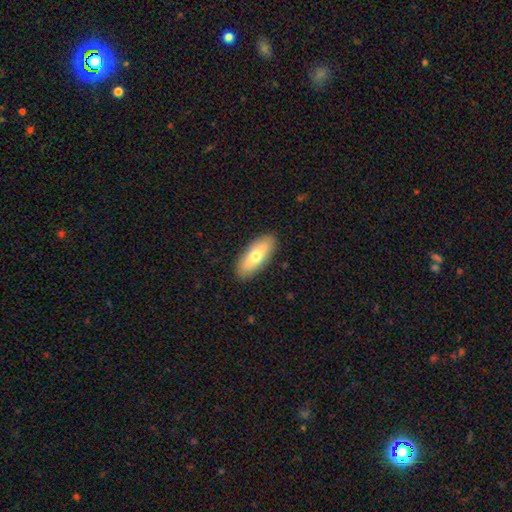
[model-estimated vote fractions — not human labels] Smooth or featured: smooth — 69% (featured or disk — 25%)
How rounded: in between — 72% (cigar-shaped — 25%)
Merging: none — 89% (minor disturbance — 8%)